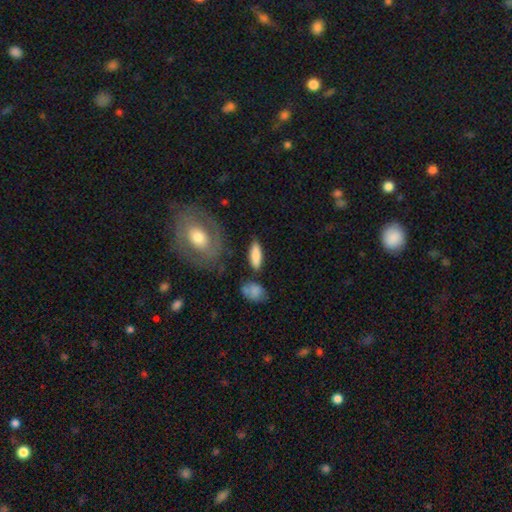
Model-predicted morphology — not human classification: smooth-or-featured: smooth: 81% | featured or disk: 13% | star or artifact: 6%
  how-rounded: in between: 55% | cigar-shaped: 41% | round: 3%
  merging: none: 78% | minor disturbance: 13% | merger: 5% | major disturbance: 4%